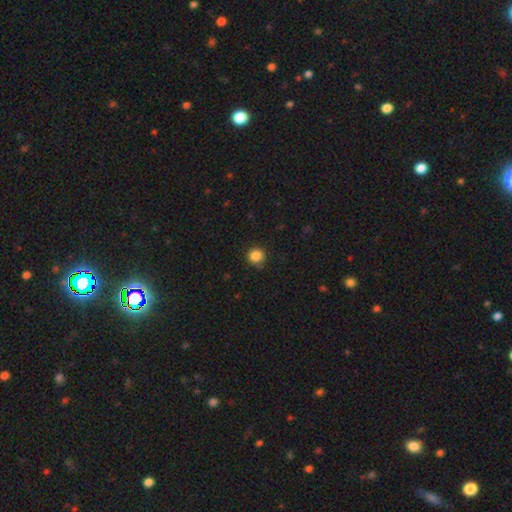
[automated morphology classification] The model was most divided on "smooth or featured": smooth: 86%, star or artifact: 11%, featured or disk: 3%. More confident: how rounded — round (93%); merging — none (86%).